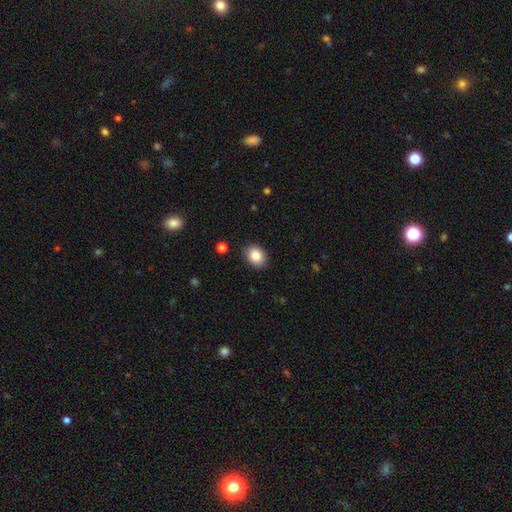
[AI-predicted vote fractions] smooth 85%, star or artifact 8%, featured or disk 7%. Down the decision tree: how rounded — in between (62%); merging — none (87%).